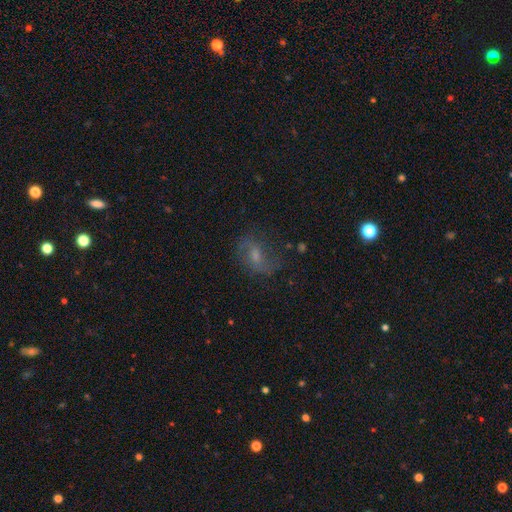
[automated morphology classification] Overall: featured or disk (57%; smooth 29%). Edge-on disk: no (95%). Bar: weak (49%; no 38%). Spiral arms: yes (82%). Bulge size: moderate (41%; small 40%). Merging: none (64%).